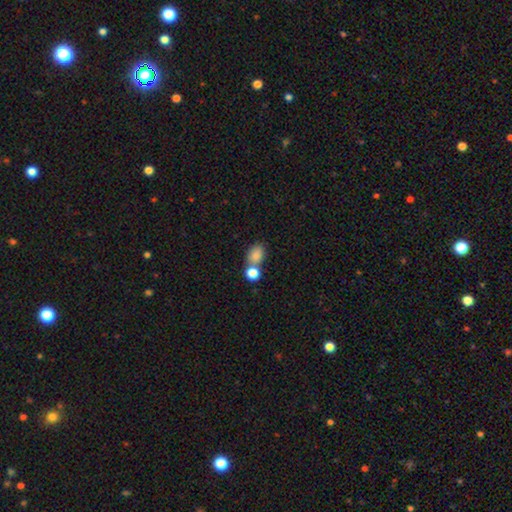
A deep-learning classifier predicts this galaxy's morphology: A smooth galaxy with no disk features (83%) that is in between round and cigar-shaped (63%). Merging: none (51%).